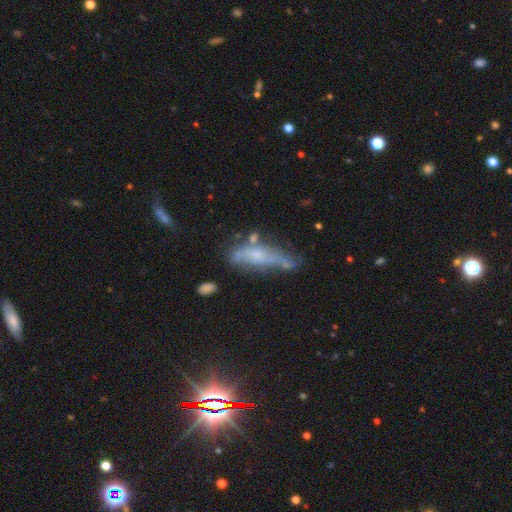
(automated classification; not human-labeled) Smooth or featured: featured or disk — 49% (smooth — 38%)
Merging: none — 37% (minor disturbance — 29%)